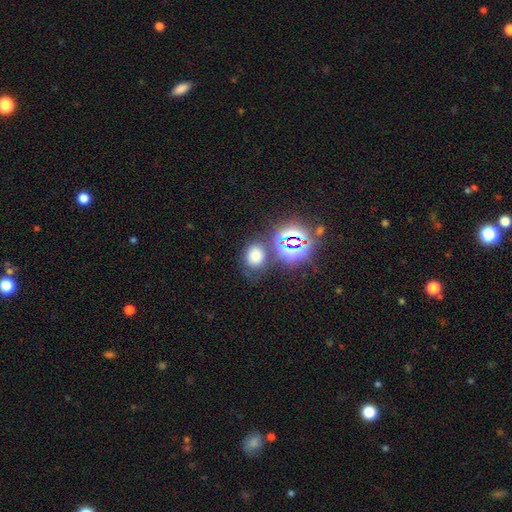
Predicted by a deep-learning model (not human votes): Smooth or featured? Predicted: smooth (p=0.68). How rounded? Predicted: round (p=0.52). Merging? Predicted: none (p=0.68).